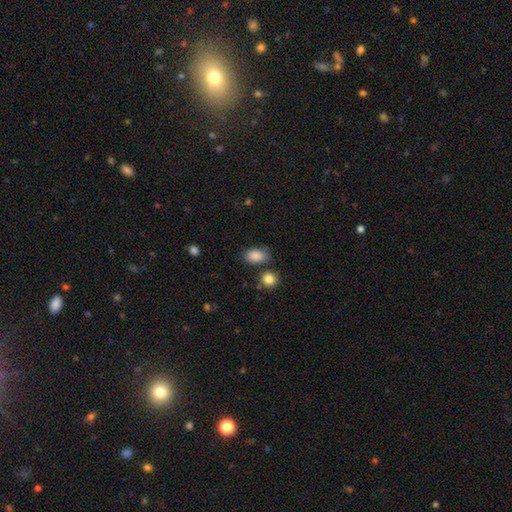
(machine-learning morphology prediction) A smooth galaxy with no disk features (88%) that is in between round and cigar-shaped (88%). Merging: none (74%).